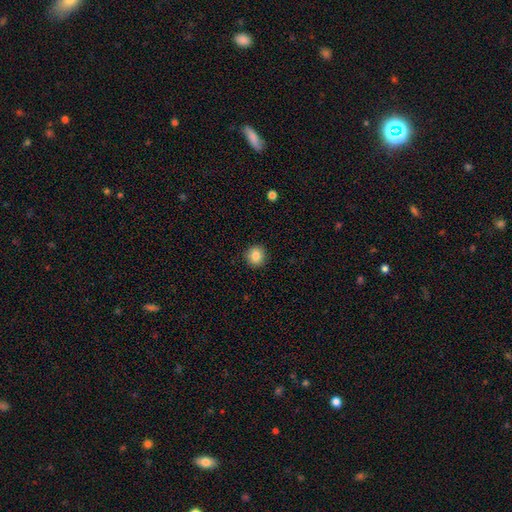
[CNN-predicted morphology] Overall: smooth (84%). How rounded: round (90%). Merging: none (91%).